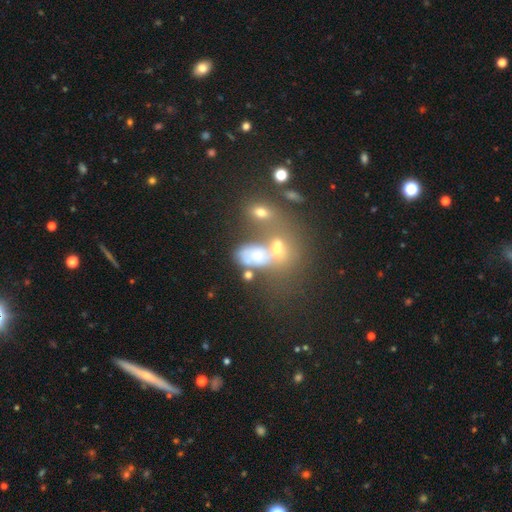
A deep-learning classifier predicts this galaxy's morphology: smooth 51%, featured or disk 32%, star or artifact 18%. Down the decision tree: how rounded — in between (75%); merging — merger (49%).